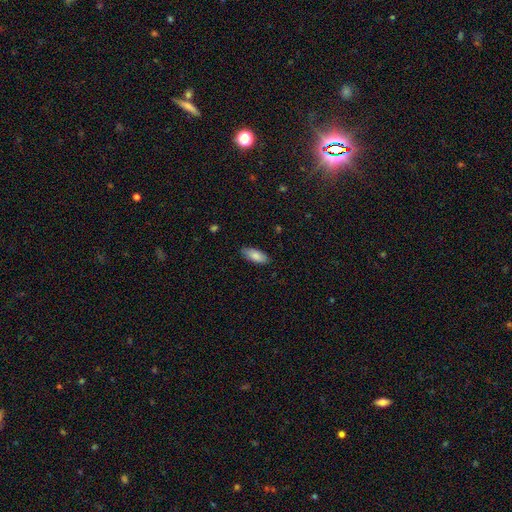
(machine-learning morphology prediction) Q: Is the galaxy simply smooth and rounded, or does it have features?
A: smooth — 85%.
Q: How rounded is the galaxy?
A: in between — 82%.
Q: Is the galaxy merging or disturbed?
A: none — 84%.